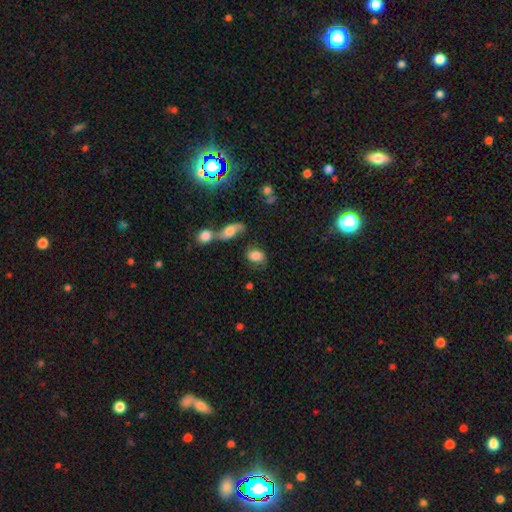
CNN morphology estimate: smooth 64%, featured or disk 27%, star or artifact 9%. Down the decision tree: how rounded — in between (67%); merging — none (57%).